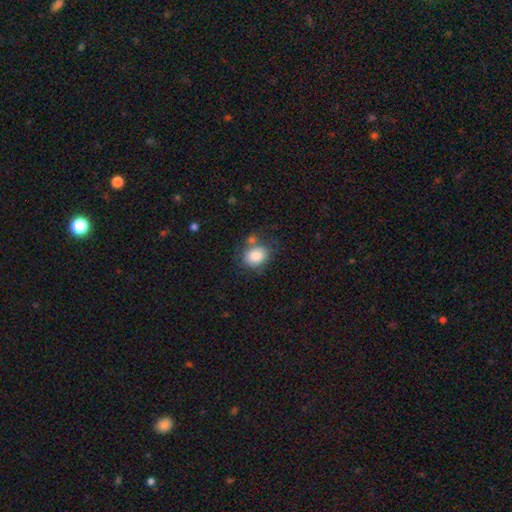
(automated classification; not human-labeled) Smooth or featured: smooth — 84% (star or artifact — 8%)
How rounded: in between — 54% (round — 45%)
Merging: none — 63% (minor disturbance — 19%)